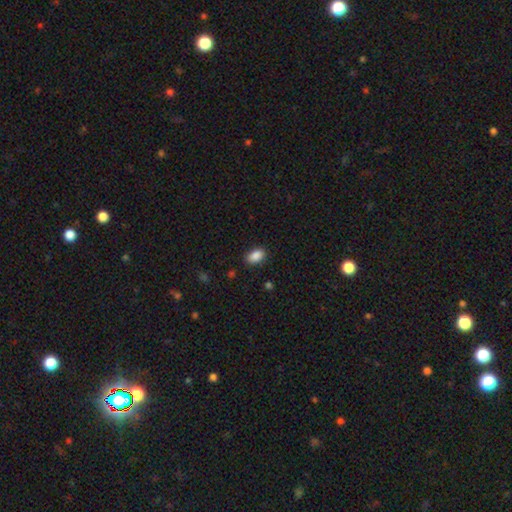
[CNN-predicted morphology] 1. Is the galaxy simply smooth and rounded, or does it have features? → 89% smooth, 8% star or artifact, 3% featured or disk.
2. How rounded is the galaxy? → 90% in between, 8% round, 2% cigar-shaped.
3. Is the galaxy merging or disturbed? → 87% none, 9% minor disturbance, 2% major disturbance, 1% merger.